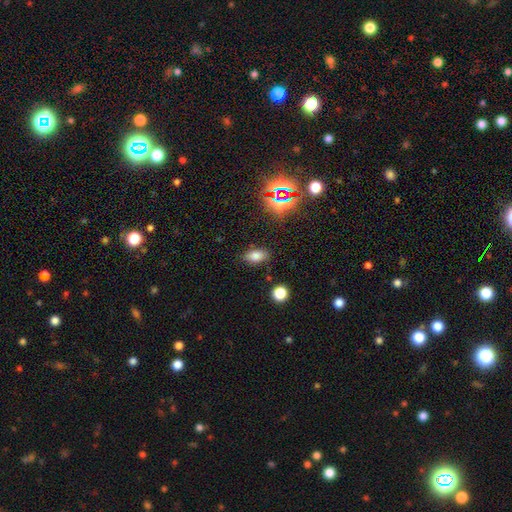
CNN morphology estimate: This appears to be a smooth galaxy with no disk features (74%) that is in between round and cigar-shaped (87%). Merging: none (83%).